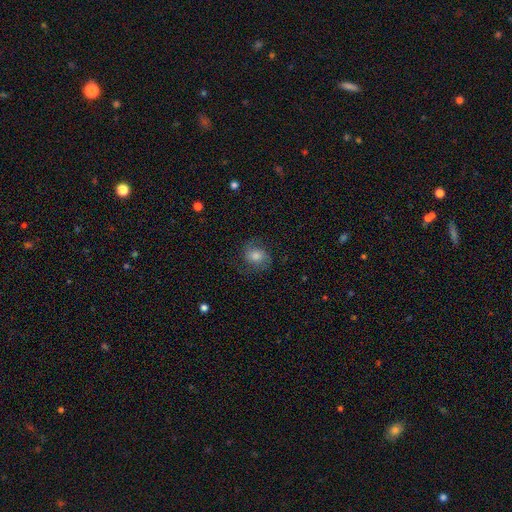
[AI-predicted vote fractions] Smooth or featured? Predicted: featured or disk (p=0.54). Edge-on disk? Predicted: no (p=0.97). Bar? Predicted: no (p=0.62). Spiral arms? Predicted: yes (p=0.90). Bulge size? Predicted: moderate (p=0.50). Merging? Predicted: none (p=0.73).